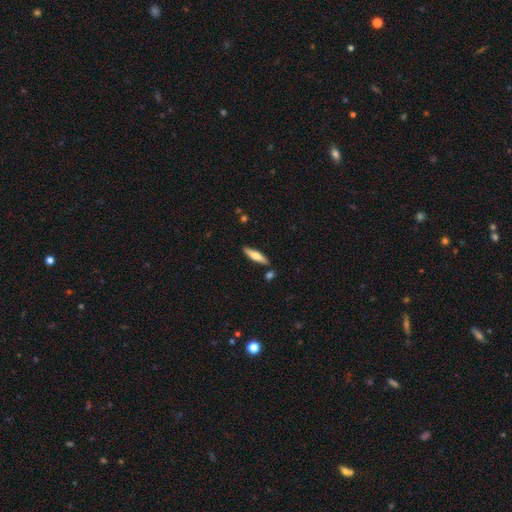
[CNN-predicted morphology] Smooth or featured? Predicted: smooth (p=0.62). How rounded? Predicted: cigar-shaped (p=0.74). Merging? Predicted: none (p=0.85).